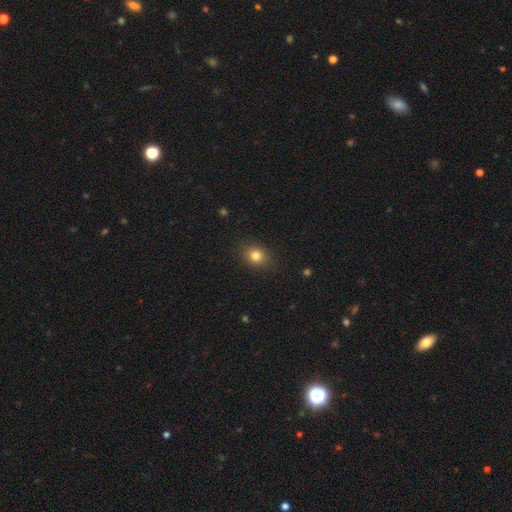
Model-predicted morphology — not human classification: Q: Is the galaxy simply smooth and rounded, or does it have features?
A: smooth — 81%.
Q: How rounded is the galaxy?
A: round — 61%.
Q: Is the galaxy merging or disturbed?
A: none — 88%.